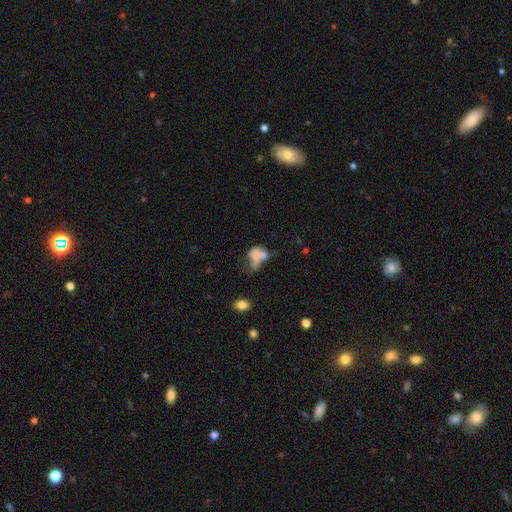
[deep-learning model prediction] smooth_or_featured: smooth (p=0.51) [alt: featured or disk p=0.37]
how_rounded: in between (p=0.75) [alt: round p=0.23]
merging: merger (p=0.46) [alt: major disturbance p=0.22]